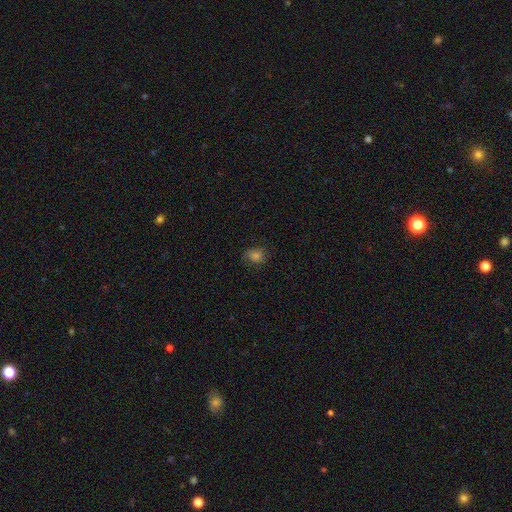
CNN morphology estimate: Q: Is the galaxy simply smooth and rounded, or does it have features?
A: smooth — 71%.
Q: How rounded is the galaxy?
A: round — 59%.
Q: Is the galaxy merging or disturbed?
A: none — 69%.